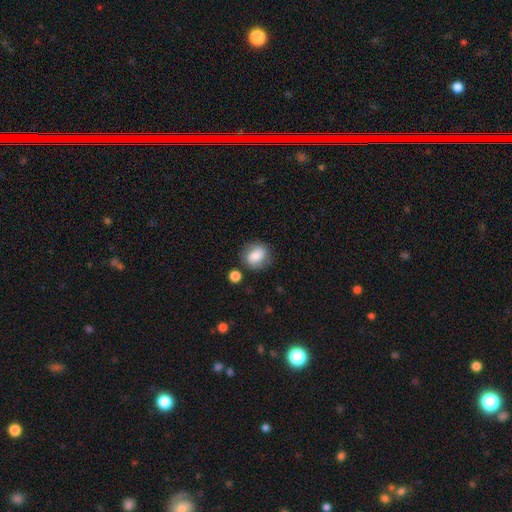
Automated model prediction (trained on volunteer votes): Smooth or featured: smooth — 70% (featured or disk — 22%)
How rounded: round — 70% (in between — 29%)
Merging: none — 75% (minor disturbance — 15%)